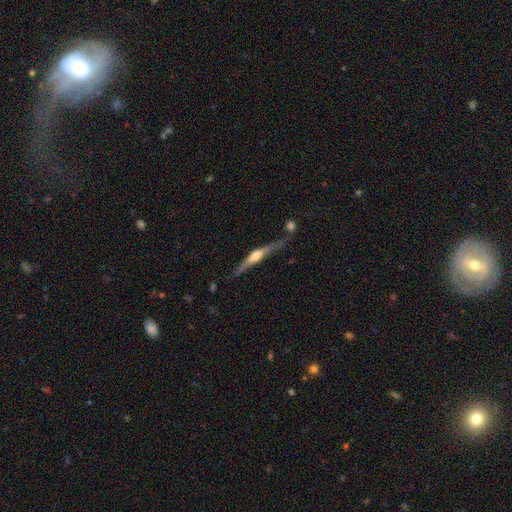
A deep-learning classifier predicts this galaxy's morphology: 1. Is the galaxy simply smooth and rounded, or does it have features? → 74% featured or disk, 21% smooth, 6% star or artifact.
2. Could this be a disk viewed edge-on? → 97% yes, 3% no.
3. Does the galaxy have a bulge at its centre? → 87% rounded, 8% boxy, 5% none.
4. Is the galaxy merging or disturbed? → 71% none, 17% minor disturbance, 7% merger, 5% major disturbance.